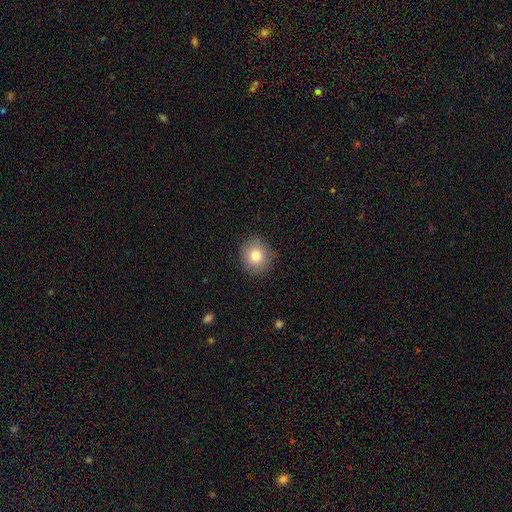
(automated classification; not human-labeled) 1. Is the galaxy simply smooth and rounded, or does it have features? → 79% smooth, 11% featured or disk, 10% star or artifact.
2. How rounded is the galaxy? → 87% round, 12% in between, 1% cigar-shaped.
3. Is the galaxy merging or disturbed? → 87% none, 10% minor disturbance, 2% major disturbance, 1% merger.